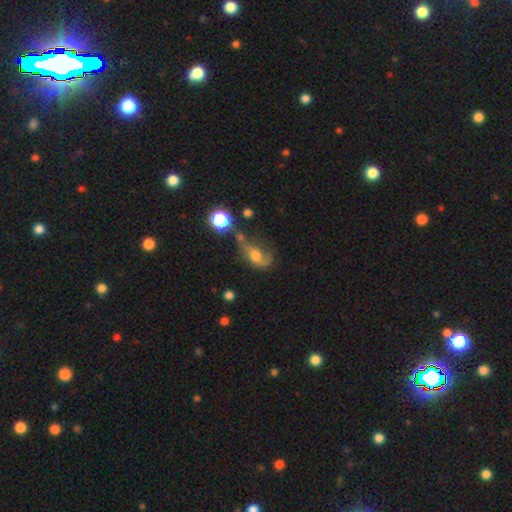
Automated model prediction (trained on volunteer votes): Smooth or featured: featured or disk — 48% (smooth — 37%)
Merging: major disturbance — 30% (none — 28%)